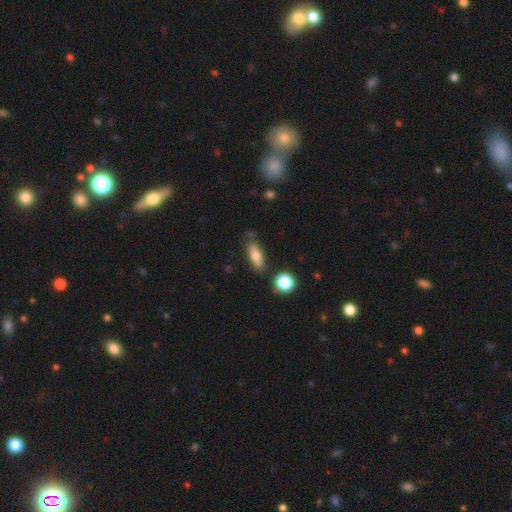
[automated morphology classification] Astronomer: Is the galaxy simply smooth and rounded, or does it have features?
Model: smooth — 75%.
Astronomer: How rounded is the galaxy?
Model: in between — 69%.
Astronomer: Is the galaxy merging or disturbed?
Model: none — 72%.